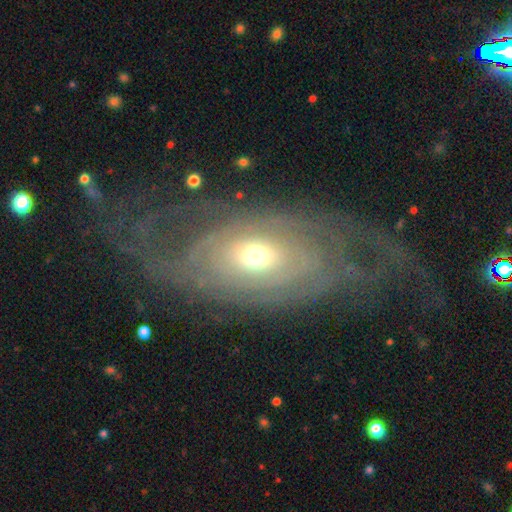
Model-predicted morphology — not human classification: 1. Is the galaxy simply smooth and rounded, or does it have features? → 74% featured or disk, 19% smooth, 7% star or artifact.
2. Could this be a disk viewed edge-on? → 91% no, 9% yes.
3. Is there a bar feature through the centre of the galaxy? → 83% no, 13% weak, 5% strong.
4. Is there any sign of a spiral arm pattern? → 69% yes, 31% no.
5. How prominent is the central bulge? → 62% moderate, 27% small, 8% large, 2% dominant, 1% none.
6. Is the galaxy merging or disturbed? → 62% none, 18% major disturbance, 17% minor disturbance, 2% merger.